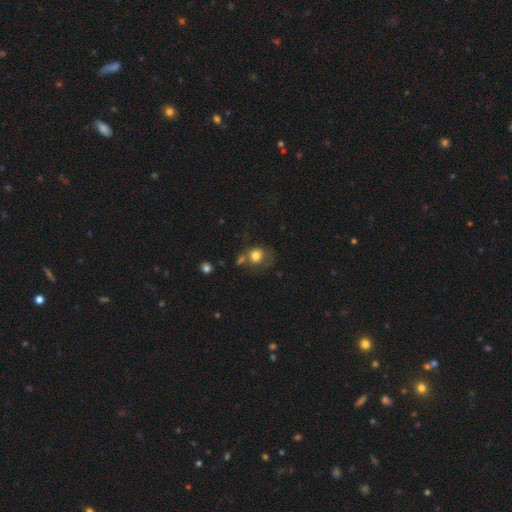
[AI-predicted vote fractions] Q: Smooth or featured?
A: smooth (77%); runner-up: featured or disk (13%)
Q: How rounded?
A: round (74%); runner-up: in between (25%)
Q: Merging?
A: none (45%); runner-up: minor disturbance (21%)